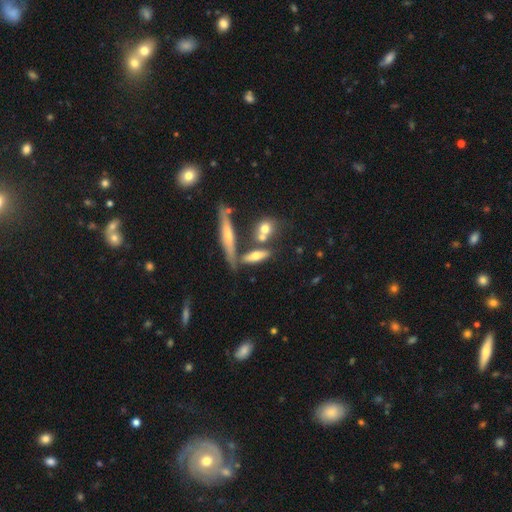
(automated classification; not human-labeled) The model was most divided on "how rounded": cigar-shaped: 52%, in between: 43%, round: 5%. More confident: smooth or featured — smooth (57%); merging — none (56%).